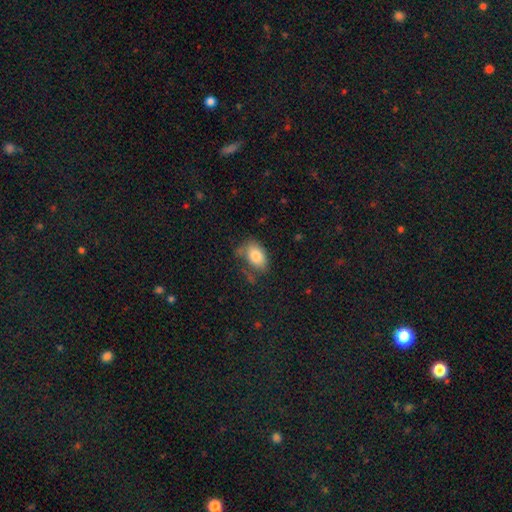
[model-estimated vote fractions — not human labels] smooth-or-featured: smooth: 80% | featured or disk: 12% | star or artifact: 8%
  how-rounded: in between: 88% | round: 10% | cigar-shaped: 2%
  merging: none: 52% | minor disturbance: 29% | major disturbance: 13% | merger: 6%